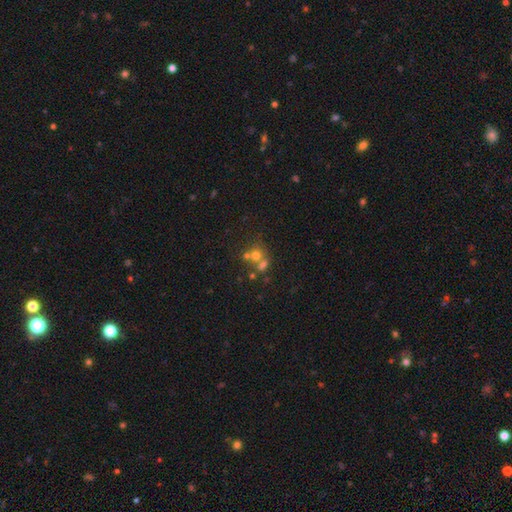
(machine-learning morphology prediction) type=smooth (59%); roundness=round (78%); merging=merger (49%).